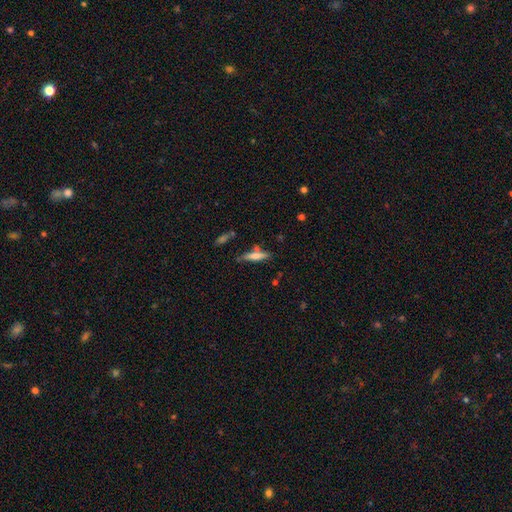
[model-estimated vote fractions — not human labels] Overall: smooth (56%; featured or disk 36%). How rounded: cigar-shaped (77%). Merging: none (70%).